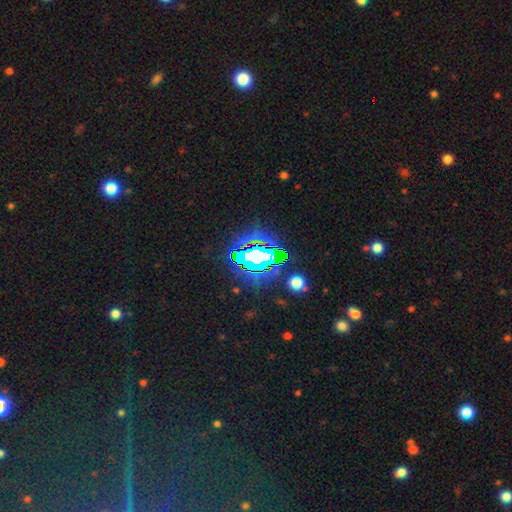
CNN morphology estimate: type=star or artifact (68%).